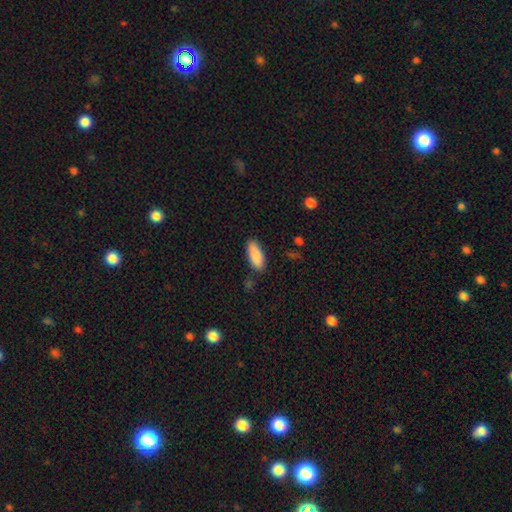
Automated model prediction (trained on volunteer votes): Smooth or featured: smooth — 89% (star or artifact — 6%)
How rounded: in between — 79% (cigar-shaped — 19%)
Merging: none — 83% (minor disturbance — 12%)